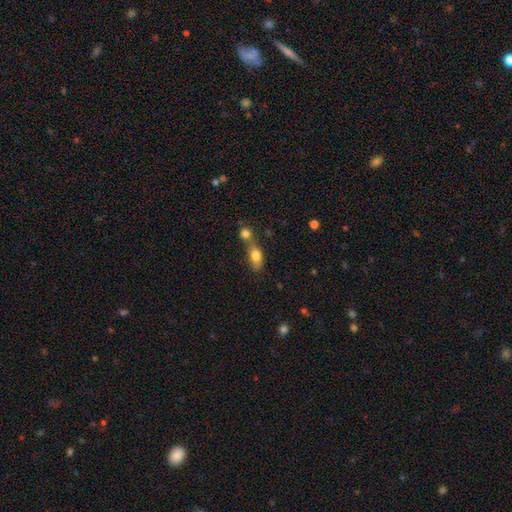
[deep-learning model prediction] Smooth or featured: smooth — 76% (featured or disk — 15%)
How rounded: in between — 75% (round — 14%)
Merging: merger — 54% (none — 30%)